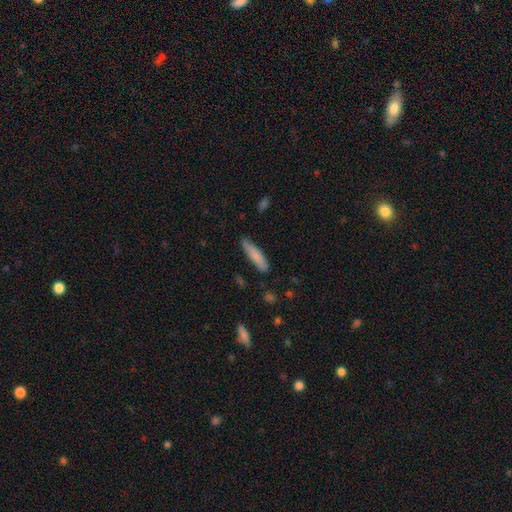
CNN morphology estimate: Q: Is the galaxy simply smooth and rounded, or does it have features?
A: smooth — 81%.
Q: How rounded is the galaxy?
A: cigar-shaped — 79%.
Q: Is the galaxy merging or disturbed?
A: none — 78%.